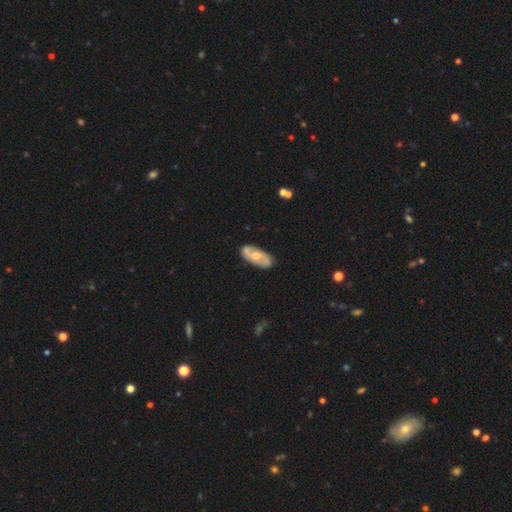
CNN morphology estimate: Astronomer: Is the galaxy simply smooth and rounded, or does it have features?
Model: featured or disk — 61%.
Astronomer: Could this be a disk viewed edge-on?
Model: no — 91%.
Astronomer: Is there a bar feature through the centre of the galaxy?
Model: no — 53% (runner-up: weak, 39%).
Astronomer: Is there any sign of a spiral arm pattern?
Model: yes — 81%.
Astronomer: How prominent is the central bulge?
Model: moderate — 63%.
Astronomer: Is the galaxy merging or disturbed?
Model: none — 81%.